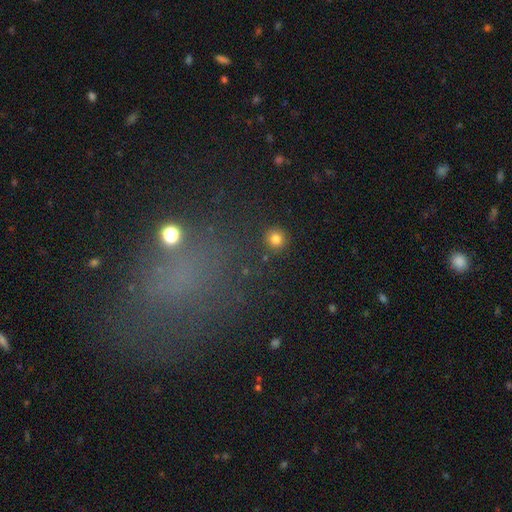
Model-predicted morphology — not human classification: The model was most divided on "smooth or featured": smooth: 52%, star or artifact: 32%, featured or disk: 16%. More confident: how rounded — in between (73%); merging — none (65%).